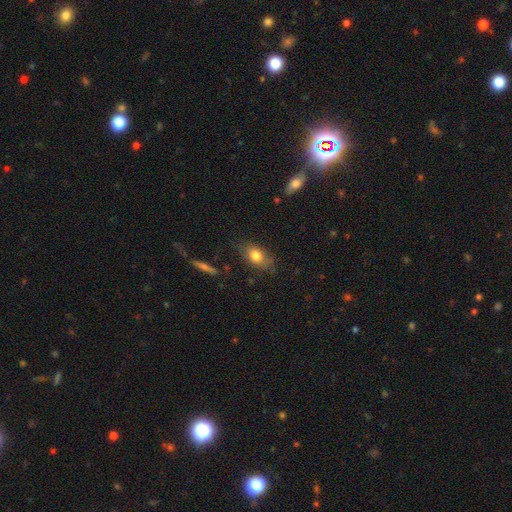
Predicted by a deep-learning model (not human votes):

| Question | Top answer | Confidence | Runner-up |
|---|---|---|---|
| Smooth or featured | smooth | 77% | featured or disk (14%) |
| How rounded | in between | 78% | round (16%) |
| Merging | none | 73% | minor disturbance (20%) |